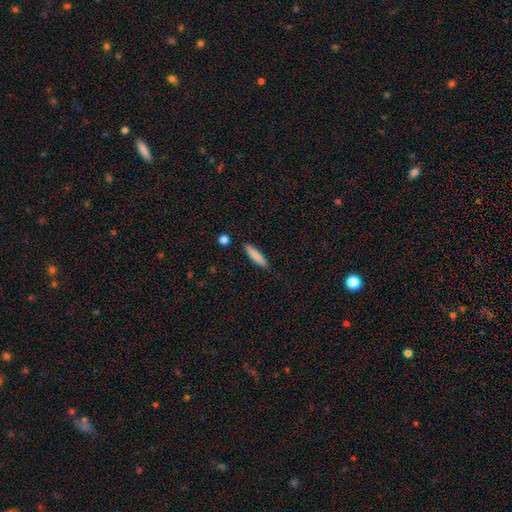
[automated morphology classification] Q: Smooth or featured?
A: smooth (83%); runner-up: featured or disk (11%)
Q: How rounded?
A: cigar-shaped (84%); runner-up: in between (14%)
Q: Merging?
A: none (87%); runner-up: minor disturbance (9%)